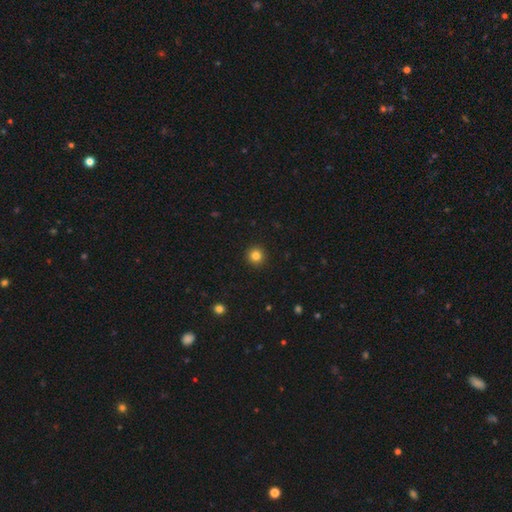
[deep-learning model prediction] This appears to be a smooth galaxy with no disk features (84%) that is round (96%). Merging: none (93%).